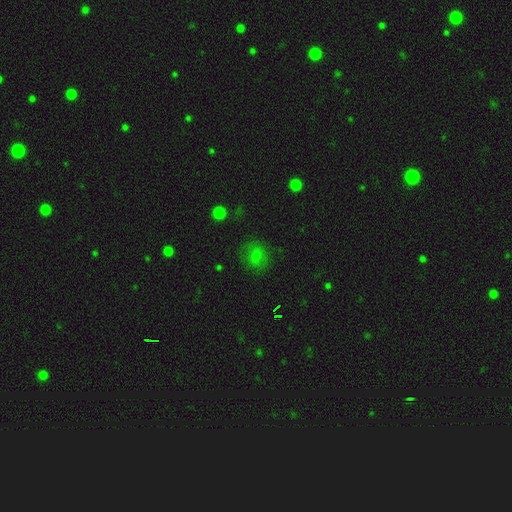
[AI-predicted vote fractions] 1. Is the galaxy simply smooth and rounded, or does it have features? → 59% smooth, 25% star or artifact, 15% featured or disk.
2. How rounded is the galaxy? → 80% round, 19% in between, 1% cigar-shaped.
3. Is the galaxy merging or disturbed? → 79% none, 13% minor disturbance, 6% major disturbance, 2% merger.